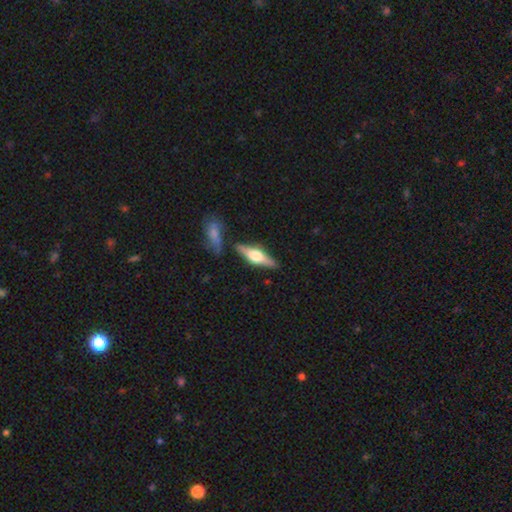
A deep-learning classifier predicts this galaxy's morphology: smooth-or-featured: featured or disk: 62% | smooth: 32% | star or artifact: 6%
  disk-edge-on: yes: 95% | no: 5%
    edge-on-bulge: rounded: 93% | boxy: 5% | none: 2%
  merging: none: 82% | minor disturbance: 10% | merger: 6% | major disturbance: 3%